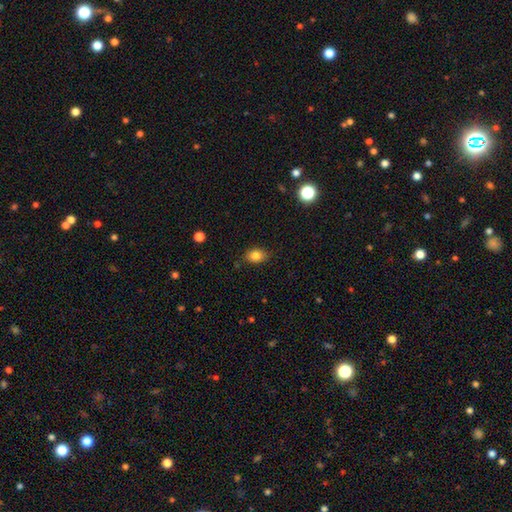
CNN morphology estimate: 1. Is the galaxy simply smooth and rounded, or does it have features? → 83% smooth, 10% star or artifact, 7% featured or disk.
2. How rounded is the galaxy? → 73% in between, 26% round, 1% cigar-shaped.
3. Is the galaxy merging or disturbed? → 83% none, 13% minor disturbance, 3% major disturbance, 1% merger.